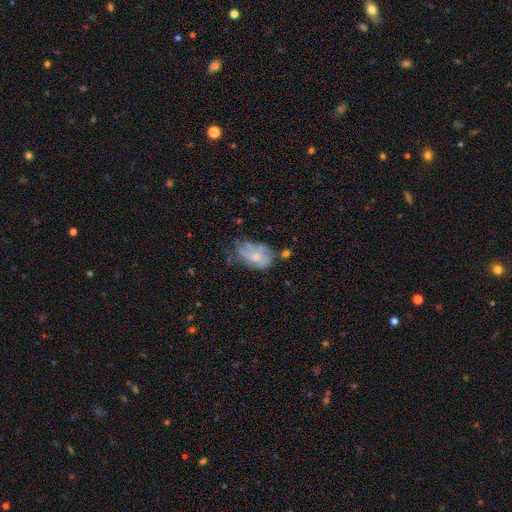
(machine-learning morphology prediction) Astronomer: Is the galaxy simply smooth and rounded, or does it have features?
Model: featured or disk — 60%.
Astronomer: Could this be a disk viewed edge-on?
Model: no — 96%.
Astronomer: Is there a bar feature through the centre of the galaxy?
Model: no — 71%.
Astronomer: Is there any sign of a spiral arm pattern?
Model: yes — 61% (runner-up: no, 39%).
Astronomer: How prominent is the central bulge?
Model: small — 55% (runner-up: moderate, 36%).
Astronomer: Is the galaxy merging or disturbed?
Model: none — 39% (runner-up: minor disturbance, 30%).